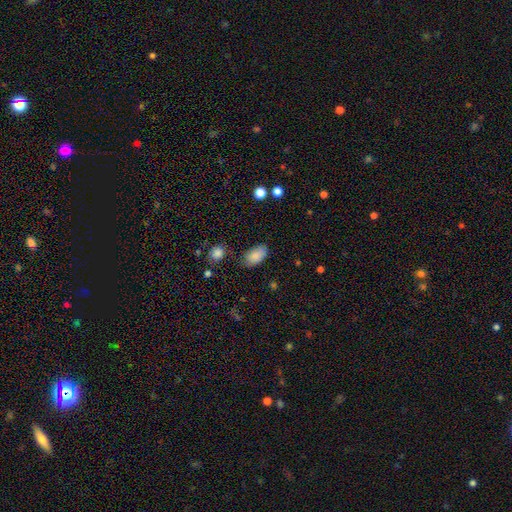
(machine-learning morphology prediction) A smooth galaxy with no disk features (85%) that is in between round and cigar-shaped (94%).

Vote fractions:
- Smooth or featured? smooth: 85% / star or artifact: 8% / featured or disk: 7%
- How rounded? in between: 94% / round: 5% / cigar-shaped: 2%
- Merging? none: 74% / minor disturbance: 20% / major disturbance: 4% / merger: 3%